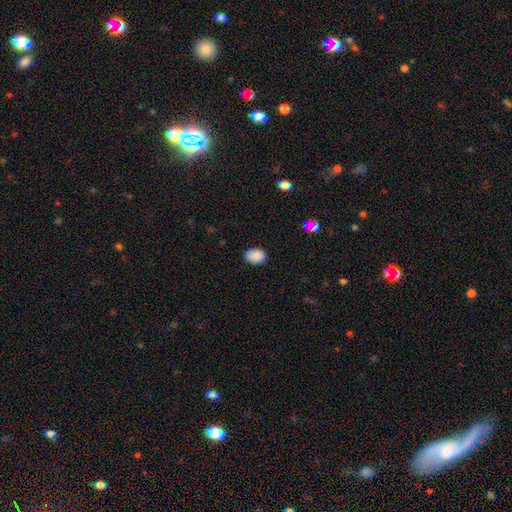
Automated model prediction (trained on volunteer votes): This appears to be a smooth galaxy with no disk features (89%) that is in between round and cigar-shaped (76%). Merging: none (85%).